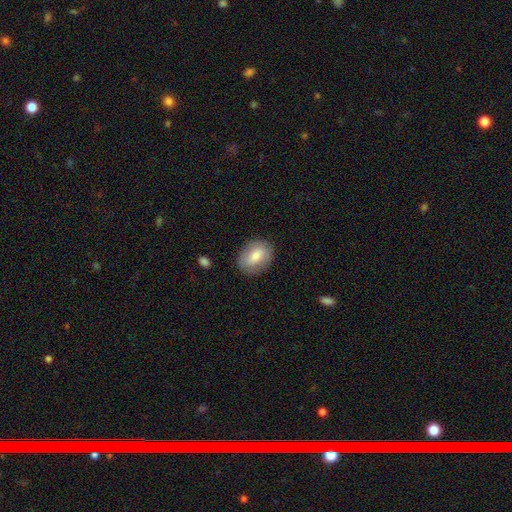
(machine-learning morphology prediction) A smooth galaxy with no disk features (73%) that is in between round and cigar-shaped (69%).

Vote fractions:
- Smooth or featured? smooth: 73% / featured or disk: 20% / star or artifact: 7%
- How rounded? in between: 69% / round: 30% / cigar-shaped: 1%
- Merging? none: 84% / minor disturbance: 11% / major disturbance: 3% / merger: 1%